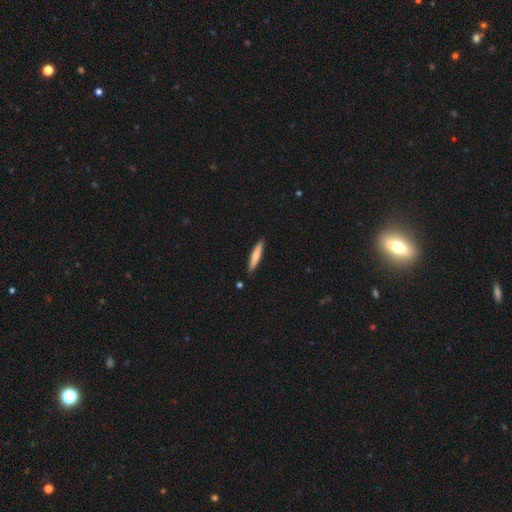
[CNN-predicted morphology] This is likely a smooth galaxy (67%). How rounded: clearly cigar-shaped (90%). Merging: clearly none (89%).